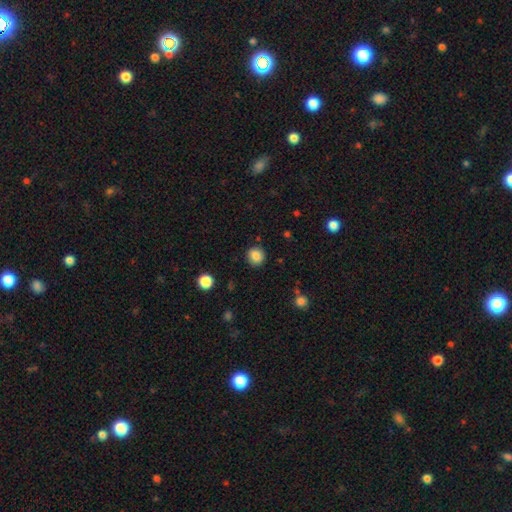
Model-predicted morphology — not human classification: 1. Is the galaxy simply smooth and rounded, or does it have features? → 85% smooth, 10% star or artifact, 5% featured or disk.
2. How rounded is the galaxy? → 86% round, 13% in between, 1% cigar-shaped.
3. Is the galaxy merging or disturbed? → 89% none, 7% minor disturbance, 2% major disturbance, 2% merger.